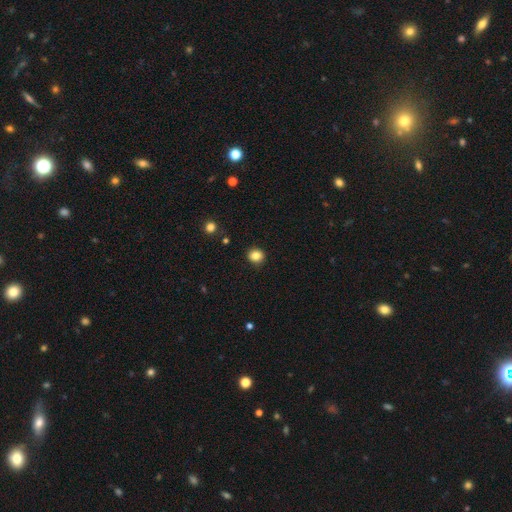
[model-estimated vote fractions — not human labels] Smooth or featured?
  - smooth: 84% *
  - star or artifact: 11%
  - featured or disk: 5%
How rounded?
  - round: 86% *
  - in between: 13%
  - cigar-shaped: 1%
Merging?
  - none: 90% *
  - minor disturbance: 7%
  - major disturbance: 2%
  - merger: 1%